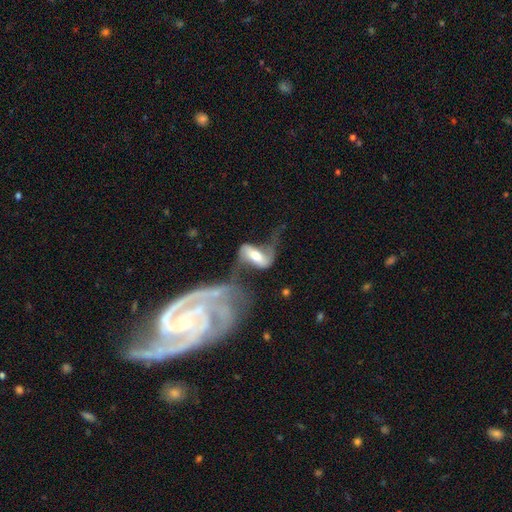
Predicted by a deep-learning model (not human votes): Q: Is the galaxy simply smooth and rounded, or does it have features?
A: featured or disk — 73%.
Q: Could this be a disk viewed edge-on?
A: no — 91%.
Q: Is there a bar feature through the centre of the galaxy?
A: strong — 43%.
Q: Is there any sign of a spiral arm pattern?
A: yes — 86%.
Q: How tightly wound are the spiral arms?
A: loose — 72%.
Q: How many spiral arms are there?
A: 2 — 87%.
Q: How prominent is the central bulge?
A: moderate — 61%.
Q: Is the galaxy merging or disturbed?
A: merger — 32%.